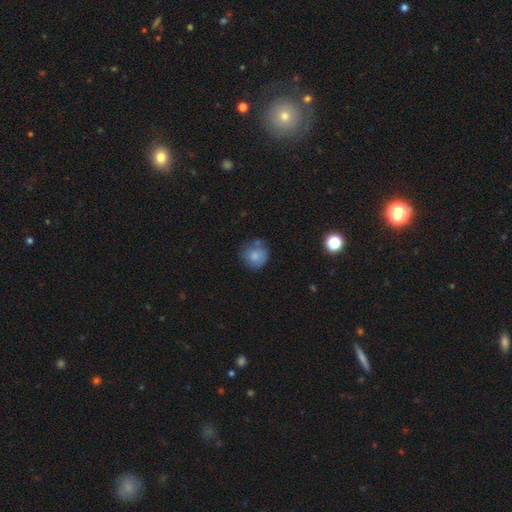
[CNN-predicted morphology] Smooth or featured? smooth (76%)
How rounded? round (87%)
Merging? none (62%)